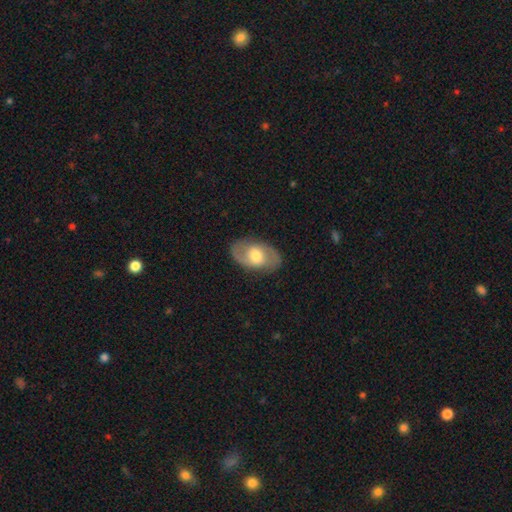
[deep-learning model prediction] smooth_or_featured: featured or disk (p=0.64) [alt: smooth p=0.30]
disk_edge_on: no (p=0.94) [alt: yes p=0.06]
bar: no (p=0.50) [alt: weak p=0.38]
has_spiral_arms: yes (p=0.73) [alt: no p=0.27]
bulge_size: moderate (p=0.66) [alt: large p=0.18]
merging: none (p=0.84) [alt: minor disturbance p=0.11]